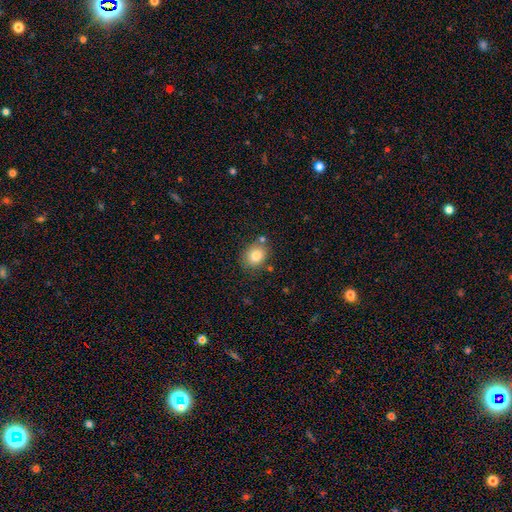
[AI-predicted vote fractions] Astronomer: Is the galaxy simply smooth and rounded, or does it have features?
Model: smooth — 83%.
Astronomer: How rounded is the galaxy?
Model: round — 55% (runner-up: in between, 45%).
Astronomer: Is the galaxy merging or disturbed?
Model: none — 74%.